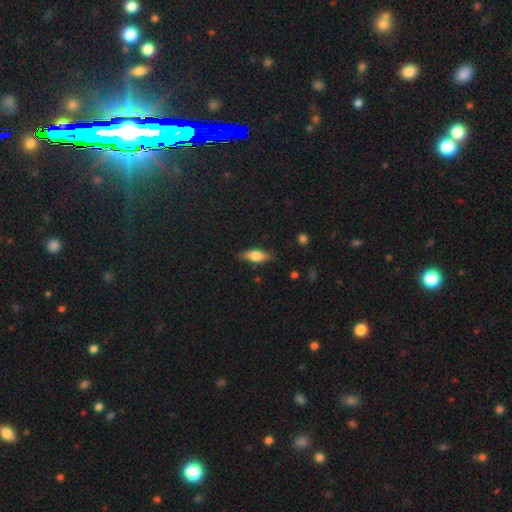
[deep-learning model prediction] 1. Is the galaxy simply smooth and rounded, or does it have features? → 63% smooth, 30% featured or disk, 7% star or artifact.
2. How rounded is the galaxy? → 67% in between, 29% cigar-shaped, 4% round.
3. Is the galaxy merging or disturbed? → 82% none, 14% minor disturbance, 3% major disturbance, 1% merger.